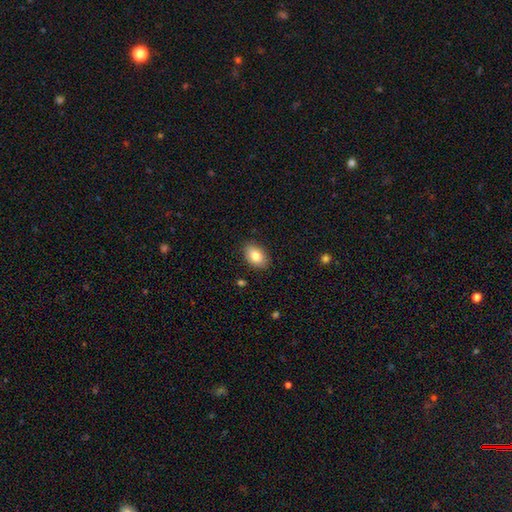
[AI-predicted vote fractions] smooth 81%, featured or disk 11%, star or artifact 8%. Down the decision tree: how rounded — in between (84%); merging — none (86%).